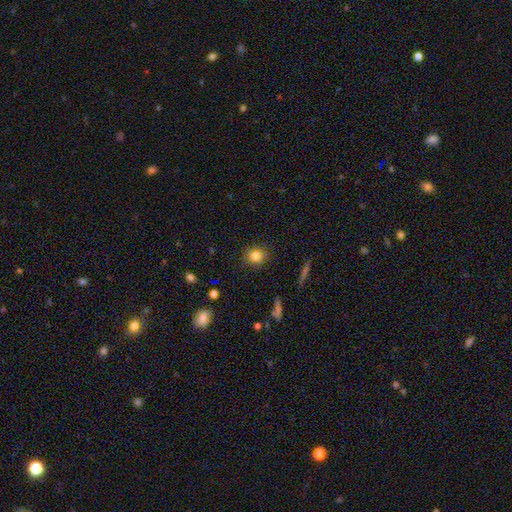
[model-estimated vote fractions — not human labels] Smooth or featured? smooth (82%)
How rounded? round (81%)
Merging? none (89%)